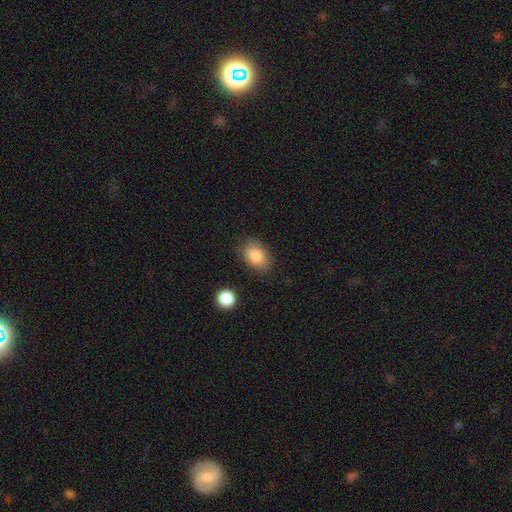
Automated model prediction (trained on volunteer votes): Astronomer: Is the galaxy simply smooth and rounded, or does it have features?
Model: smooth — 86%.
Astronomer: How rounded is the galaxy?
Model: in between — 83%.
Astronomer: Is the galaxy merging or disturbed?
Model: none — 79%.